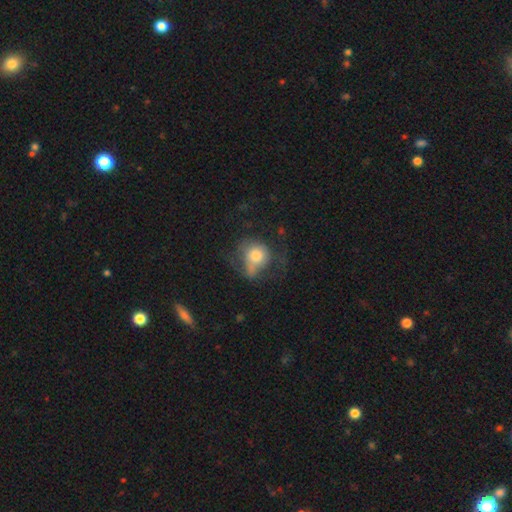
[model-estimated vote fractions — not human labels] Morphology: type=smooth (64%); roundness=round (68%); merging=major disturbance (35%).